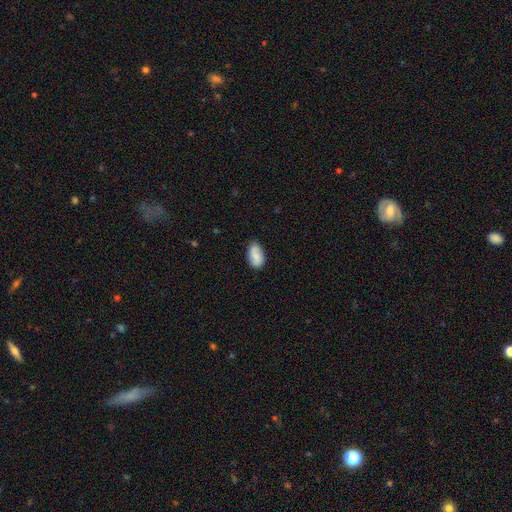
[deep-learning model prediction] Smooth or featured? smooth (73%)
How rounded? in between (92%)
Merging? none (75%)